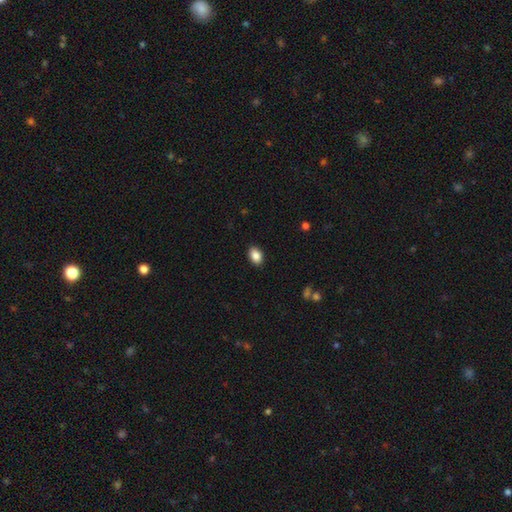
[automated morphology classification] A smooth galaxy with no disk features (87%) that is in between round and cigar-shaped (85%). Merging: none (89%).